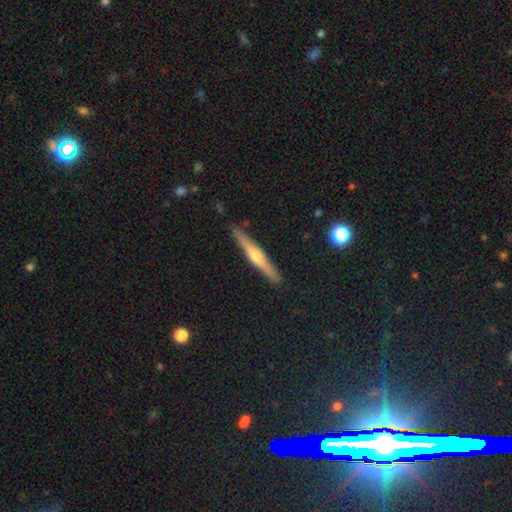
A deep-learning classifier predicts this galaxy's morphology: This appears to be a featured or disk galaxy (69%) viewed edge-on (97%) with a rounded central bulge (87%). Merging: none (90%).